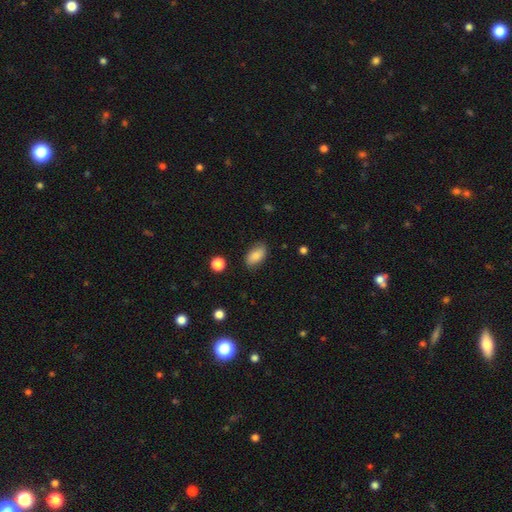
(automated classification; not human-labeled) smooth 84%, featured or disk 8%, star or artifact 8%. Down the decision tree: how rounded — in between (92%); merging — none (80%).